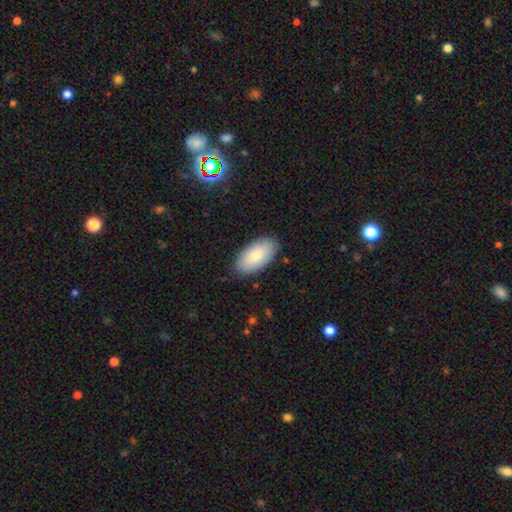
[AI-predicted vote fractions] A smooth galaxy with no disk features (83%) that is in between round and cigar-shaped (95%). Merging: none (85%).